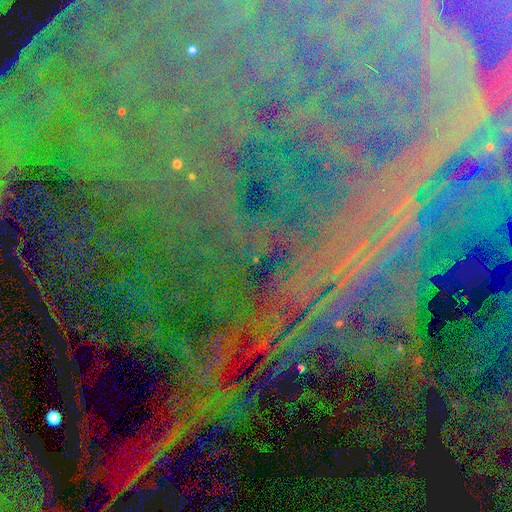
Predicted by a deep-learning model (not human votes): star or artifact 84%, featured or disk 9%, smooth 7%.